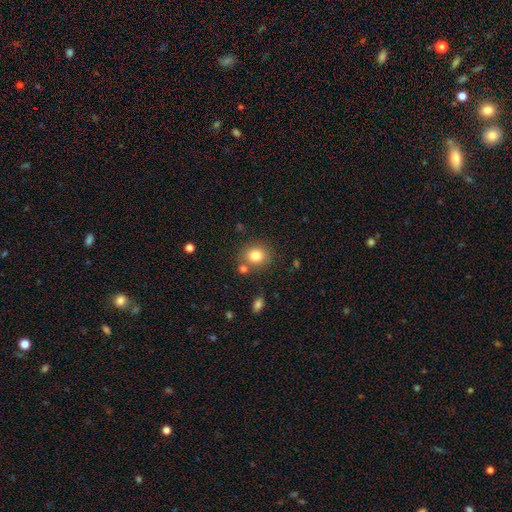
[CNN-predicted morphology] smooth_or_featured: smooth (p=0.80) [alt: star or artifact p=0.11]
how_rounded: round (p=0.70) [alt: in between p=0.29]
merging: none (p=0.74) [alt: merger p=0.12]